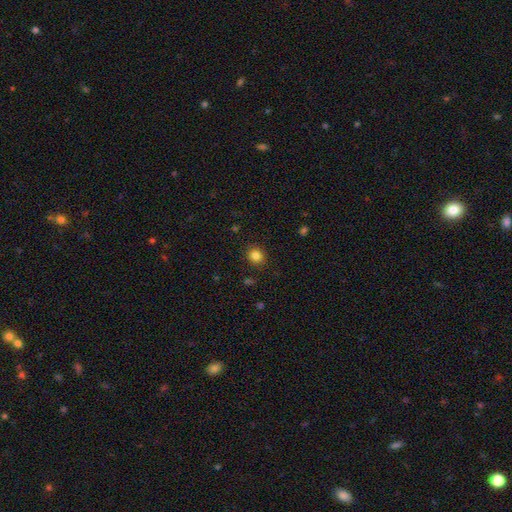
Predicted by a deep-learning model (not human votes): smooth 84%, star or artifact 12%, featured or disk 5%. Down the decision tree: how rounded — round (81%); merging — none (88%).